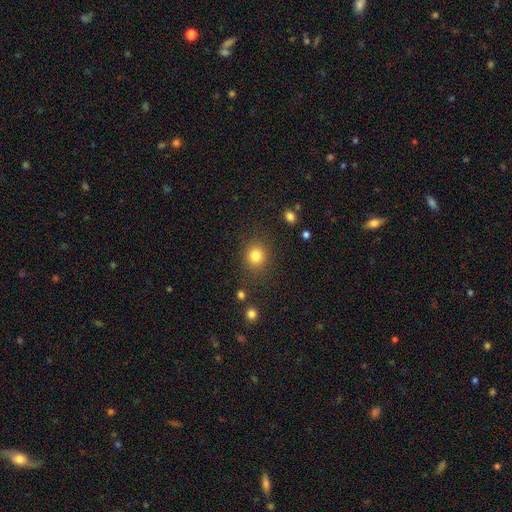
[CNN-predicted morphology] Overall: smooth (82%). How rounded: round (84%). Merging: none (86%).